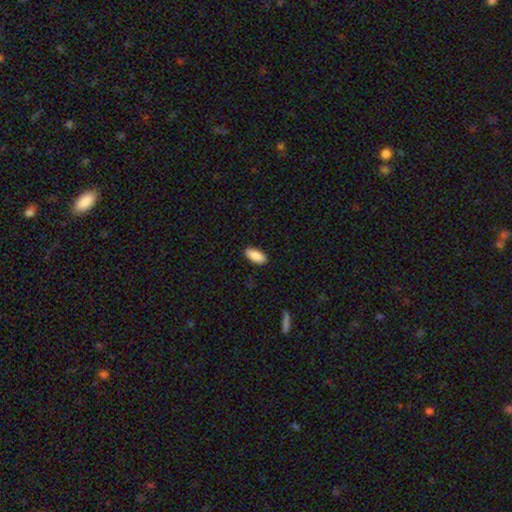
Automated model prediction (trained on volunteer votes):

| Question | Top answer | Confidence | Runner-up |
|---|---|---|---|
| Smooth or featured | smooth | 89% | star or artifact (6%) |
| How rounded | in between | 87% | cigar-shaped (11%) |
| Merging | none | 89% | minor disturbance (8%) |